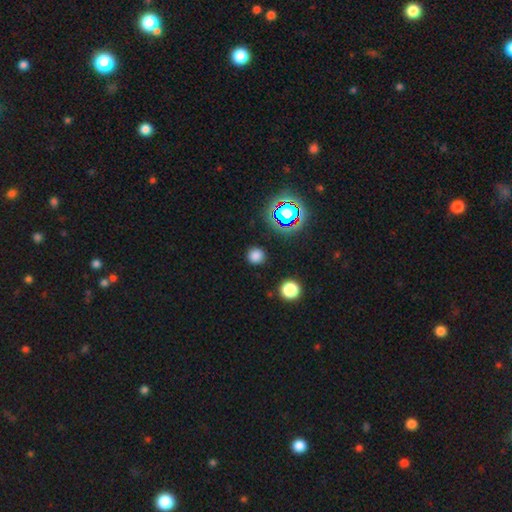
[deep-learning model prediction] smooth 73%, star or artifact 22%, featured or disk 5%. Down the decision tree: how rounded — round (92%); merging — none (89%).